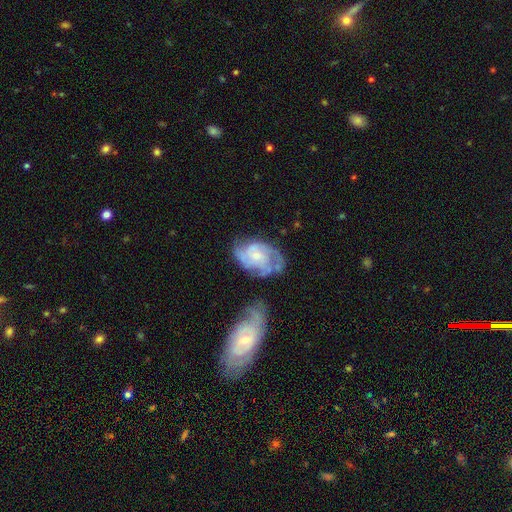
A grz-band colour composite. It shows a featured or disk galaxy (85%) with no bar (75%), 3 (50%) medium (57%) spiral arms (94%) and a small central bulge (53%). Merging: none (66%).